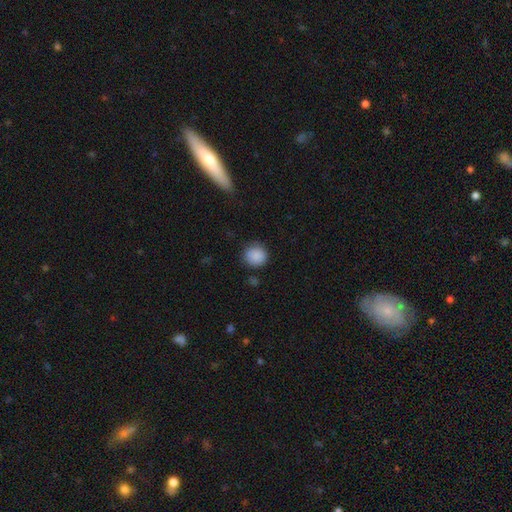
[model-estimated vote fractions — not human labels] Smooth or featured: smooth — 88% (star or artifact — 8%)
How rounded: round — 91% (in between — 8%)
Merging: none — 83% (minor disturbance — 12%)